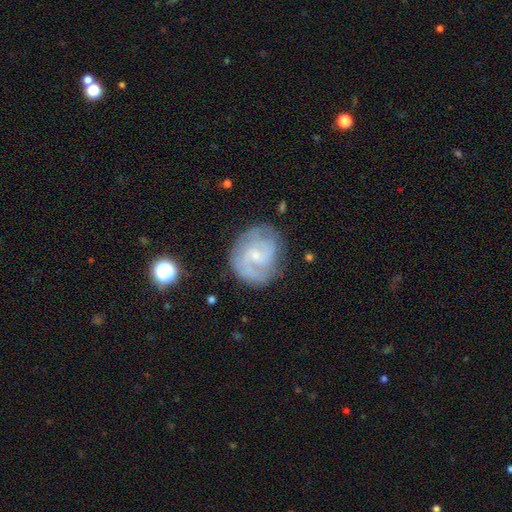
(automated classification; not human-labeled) Morphology: type=featured or disk (75%); edge-on=no (98%); bar=no (50%); spiral arms=yes (91%); winding=medium (43%, tied with tight); arm count=2 (52%); bulge=small (70%); merging=none (74%).